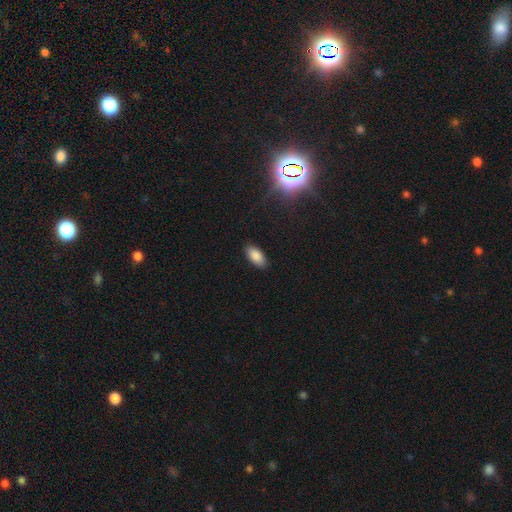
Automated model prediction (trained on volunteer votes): The model was most divided on "smooth or featured": smooth: 86%, star or artifact: 9%, featured or disk: 5%. More confident: how rounded — in between (92%); merging — none (88%).